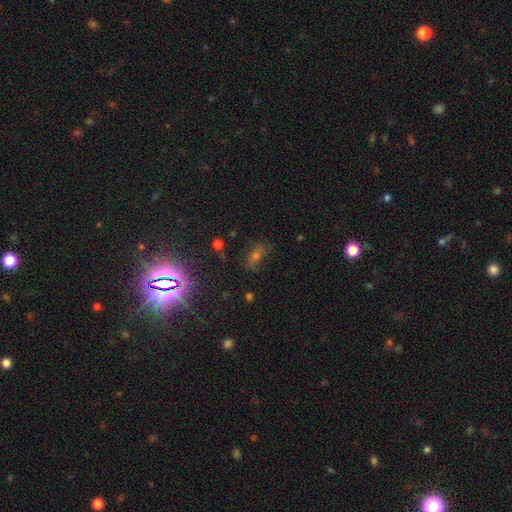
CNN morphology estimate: Smooth or featured?
  - star or artifact: 45% *
  - smooth: 32%
  - featured or disk: 23%